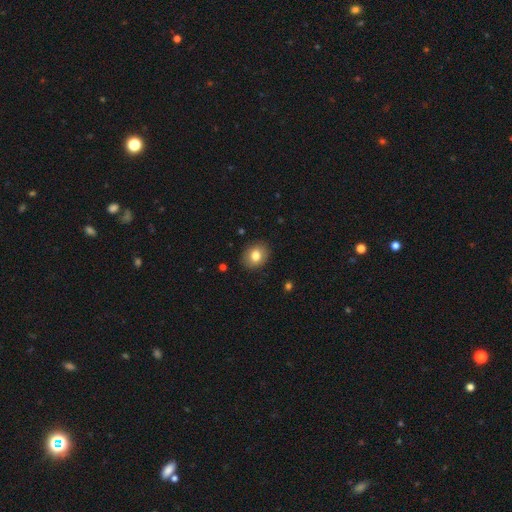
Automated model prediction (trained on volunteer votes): Morphology: type=smooth (80%); roundness=round (52%); merging=none (88%).